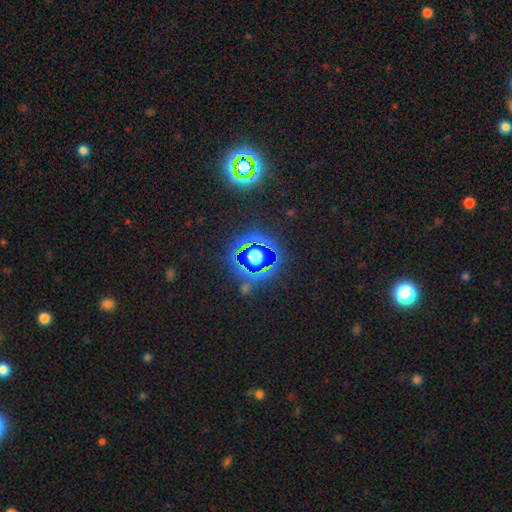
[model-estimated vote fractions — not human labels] This appears to be a star or artifact, not a galaxy (80%).